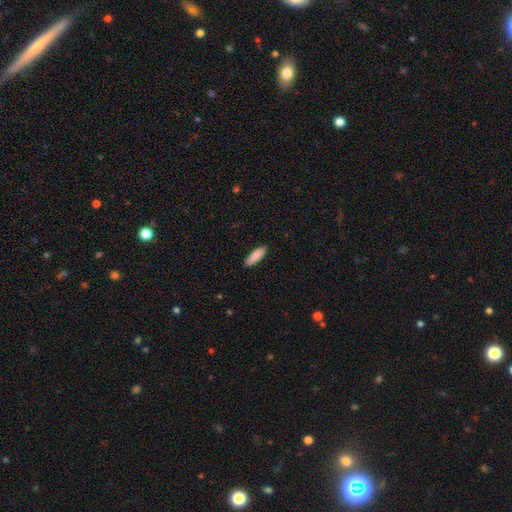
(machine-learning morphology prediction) Overall: smooth (89%). How rounded: cigar-shaped (51%; in between 48%). Merging: none (88%).